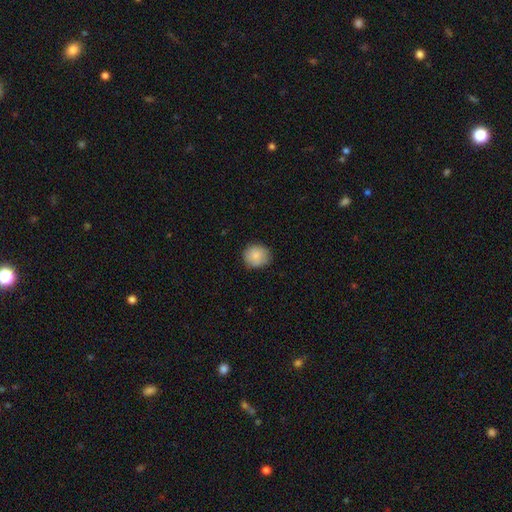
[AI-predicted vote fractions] smooth_or_featured: smooth (p=0.86) [alt: star or artifact p=0.07]
how_rounded: round (p=0.79) [alt: in between p=0.20]
merging: none (p=0.81) [alt: minor disturbance p=0.15]